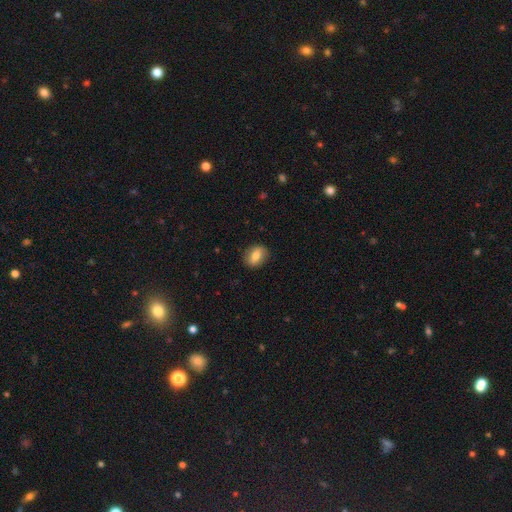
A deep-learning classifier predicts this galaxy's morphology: Smooth or featured: smooth — 75% (featured or disk — 18%)
How rounded: in between — 65% (round — 33%)
Merging: none — 87% (minor disturbance — 10%)